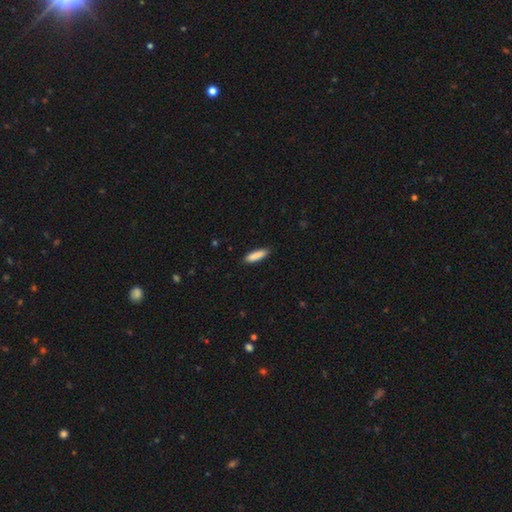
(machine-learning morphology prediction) Overall: smooth (88%). How rounded: cigar-shaped (62%; in between 37%). Merging: none (87%).